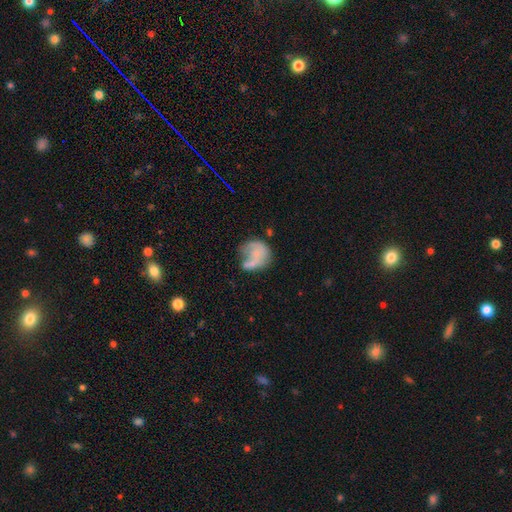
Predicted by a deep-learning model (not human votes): A smooth galaxy with no disk features (48%).

Vote fractions:
- Smooth or featured? smooth: 48% / featured or disk: 42% / star or artifact: 10%
- Merging? none: 34% / major disturbance: 29% / minor disturbance: 24% / merger: 13%